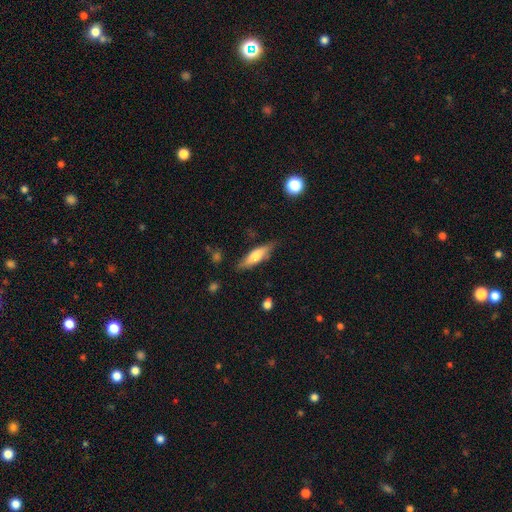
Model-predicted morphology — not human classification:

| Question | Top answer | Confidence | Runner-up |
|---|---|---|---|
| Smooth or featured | smooth | 62% | featured or disk (32%) |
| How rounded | cigar-shaped | 56% | in between (42%) |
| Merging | none | 76% | minor disturbance (18%) |